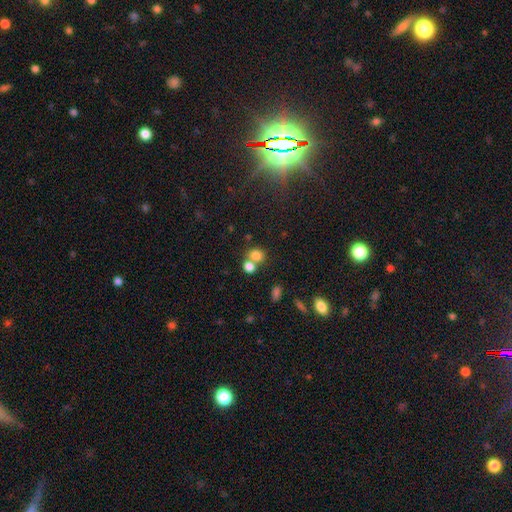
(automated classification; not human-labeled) Smooth or featured?
  - smooth: 78% *
  - star or artifact: 13%
  - featured or disk: 9%
How rounded?
  - round: 69% *
  - in between: 30%
  - cigar-shaped: 1%
Merging?
  - none: 45% *
  - merger: 44%
  - minor disturbance: 8%
  - major disturbance: 4%